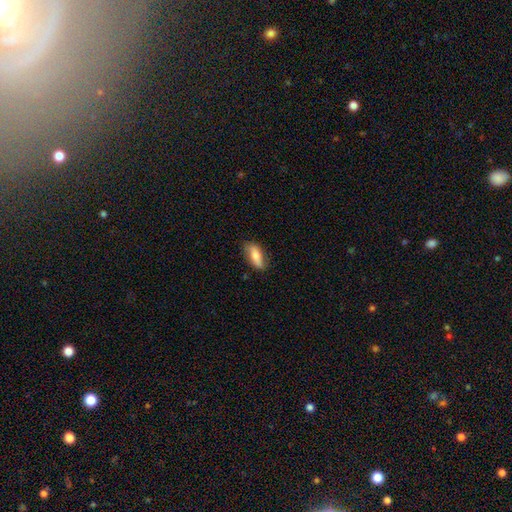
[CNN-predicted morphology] smooth 74%, featured or disk 20%, star or artifact 6%. Down the decision tree: how rounded — in between (75%); merging — none (77%).